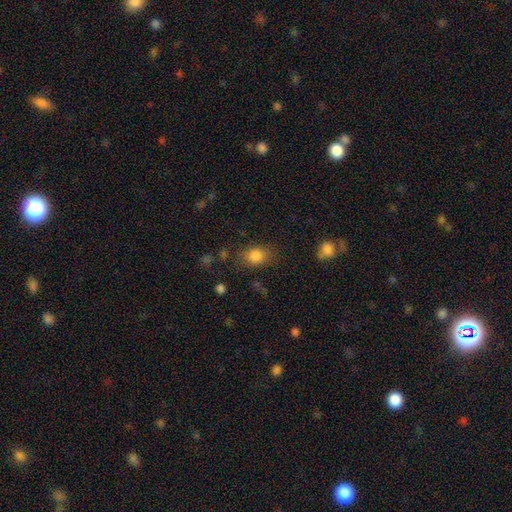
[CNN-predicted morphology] smooth 83%, star or artifact 11%, featured or disk 6%. Down the decision tree: how rounded — in between (62%); merging — none (76%).